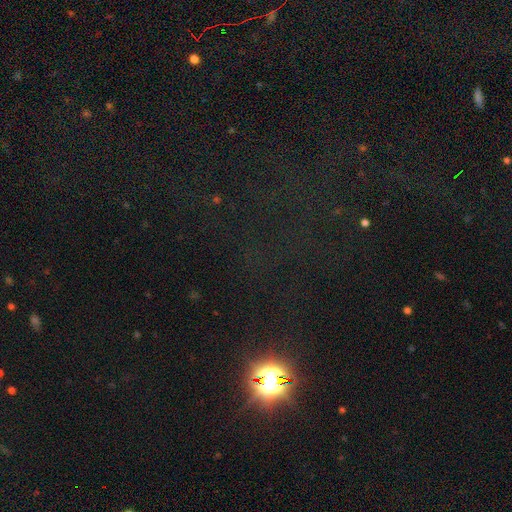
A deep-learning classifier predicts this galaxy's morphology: A star or artifact, not a galaxy (76%).

Vote fractions:
- Smooth or featured? star or artifact: 76% / smooth: 16% / featured or disk: 8%